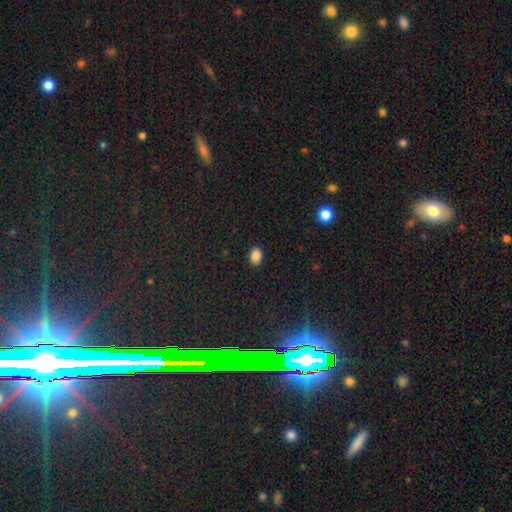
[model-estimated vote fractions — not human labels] Smooth or featured?
  - smooth: 87% *
  - star or artifact: 10%
  - featured or disk: 3%
How rounded?
  - in between: 75% *
  - round: 24%
  - cigar-shaped: 1%
Merging?
  - none: 89% *
  - minor disturbance: 8%
  - major disturbance: 2%
  - merger: 1%